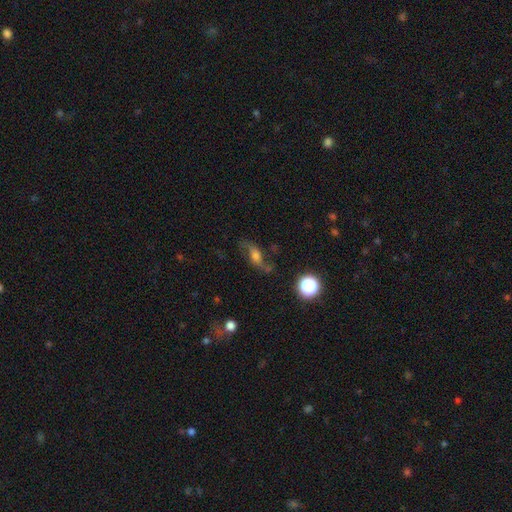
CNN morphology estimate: smooth_or_featured: featured or disk (p=0.60) [alt: smooth p=0.26]
disk_edge_on: no (p=0.86) [alt: yes p=0.14]
bar: no (p=0.54) [alt: weak p=0.33]
has_spiral_arms: yes (p=0.88) [alt: no p=0.12]
bulge_size: moderate (p=0.45) [alt: large p=0.24]
merging: none (p=0.64) [alt: minor disturbance p=0.18]